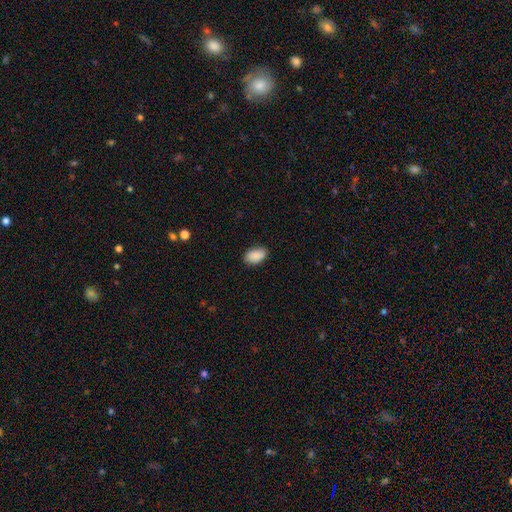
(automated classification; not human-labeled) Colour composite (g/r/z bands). It shows a smooth galaxy with no disk features (89%) that is in between round and cigar-shaped (91%). Merging: none (85%).